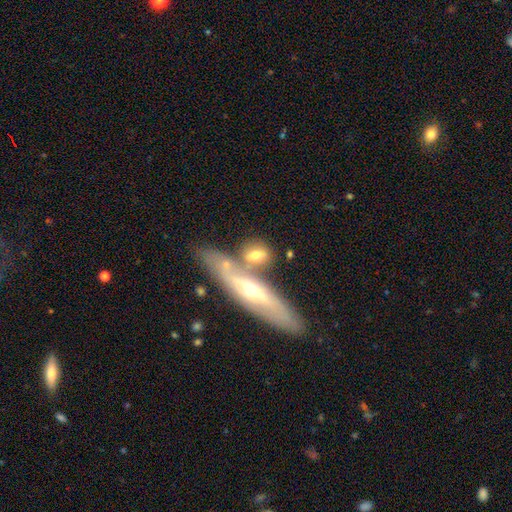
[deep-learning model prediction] This appears to be a smooth galaxy with no disk features (55%) that is in between round and cigar-shaped (50%). Merging: none (45%).